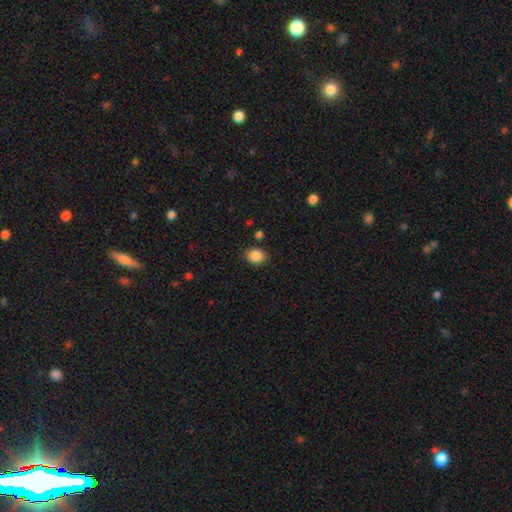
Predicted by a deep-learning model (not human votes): This is clearly a smooth galaxy (87%). How rounded: possibly round (58%). Merging: clearly none (85%).